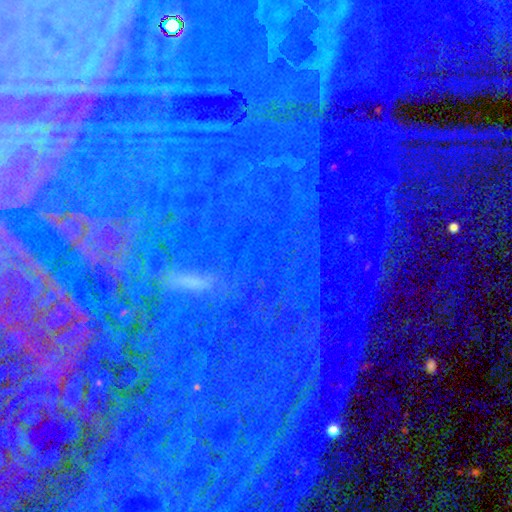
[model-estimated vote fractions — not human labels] Smooth or featured: star or artifact — 74% (featured or disk — 15%)